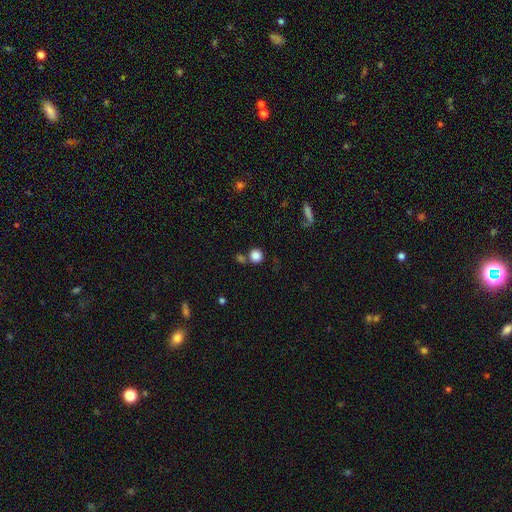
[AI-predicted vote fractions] Smooth or featured? Predicted: smooth (p=0.84). How rounded? Predicted: round (p=0.90). Merging? Predicted: none (p=0.68).